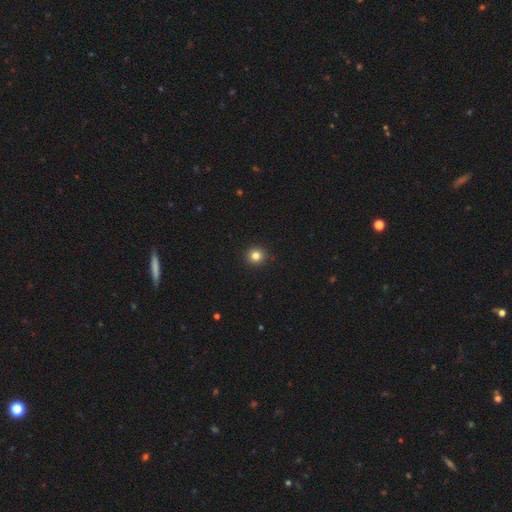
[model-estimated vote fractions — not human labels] smooth-or-featured: smooth: 82% | star or artifact: 13% | featured or disk: 5%
  how-rounded: round: 94% | in between: 5% | cigar-shaped: 1%
  merging: none: 93% | minor disturbance: 4% | major disturbance: 1% | merger: 1%